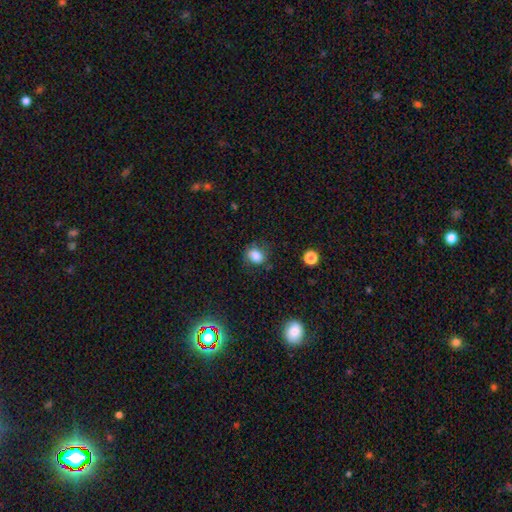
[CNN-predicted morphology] Smooth or featured: smooth — 81% (star or artifact — 11%)
How rounded: in between — 54% (round — 45%)
Merging: none — 69% (minor disturbance — 22%)